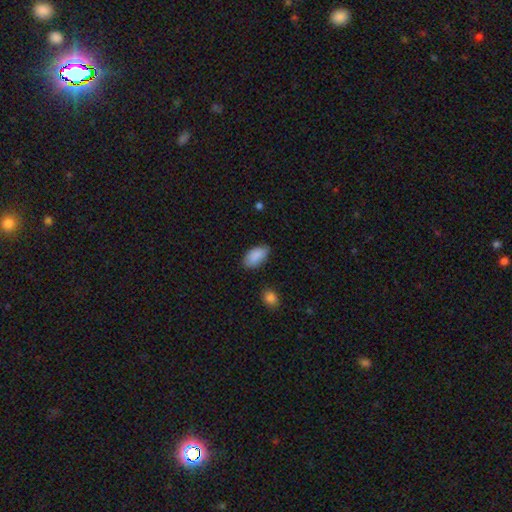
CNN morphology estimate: This appears to be a smooth galaxy with no disk features (89%) that is in between round and cigar-shaped (94%). Merging: none (81%).